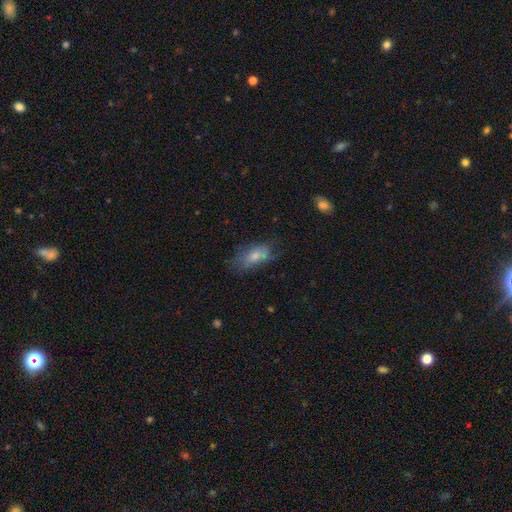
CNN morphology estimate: This appears to be a smooth galaxy with no disk features (72%) that is in between round and cigar-shaped (86%). Merging: none (58%).